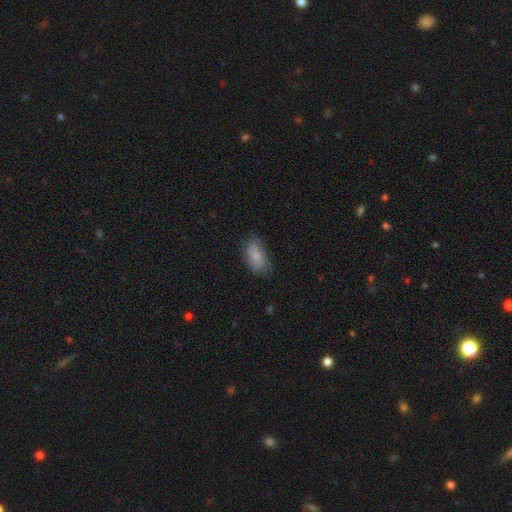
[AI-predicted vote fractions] smooth-or-featured: smooth: 82% | featured or disk: 11% | star or artifact: 7%
  how-rounded: in between: 92% | round: 4% | cigar-shaped: 4%
  merging: none: 66% | minor disturbance: 26% | major disturbance: 7% | merger: 1%